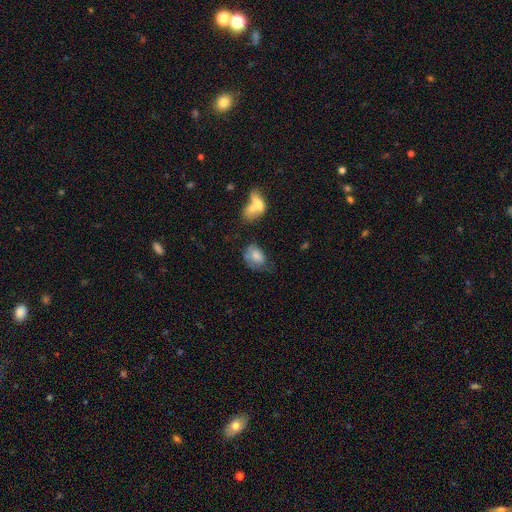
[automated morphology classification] A smooth galaxy with no disk features (71%) that is in between round and cigar-shaped (79%).

Vote fractions:
- Smooth or featured? smooth: 71% / featured or disk: 21% / star or artifact: 8%
- How rounded? in between: 79% / round: 19% / cigar-shaped: 2%
- Merging? none: 36% / minor disturbance: 32% / major disturbance: 22% / merger: 11%